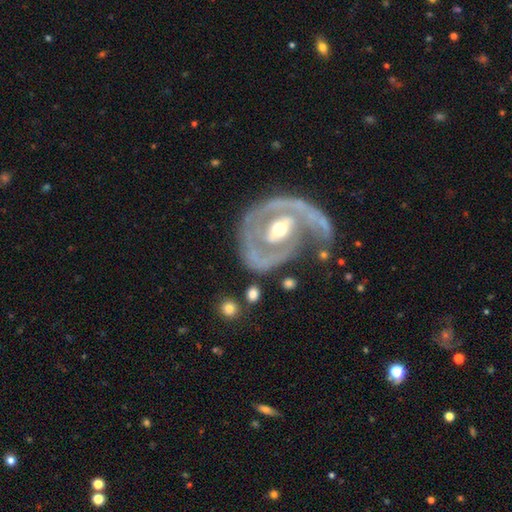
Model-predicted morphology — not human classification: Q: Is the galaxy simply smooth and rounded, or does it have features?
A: featured or disk — 84%.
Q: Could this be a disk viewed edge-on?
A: no — 97%.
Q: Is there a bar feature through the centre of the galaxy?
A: no — 40%.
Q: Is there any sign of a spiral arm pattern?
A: yes — 75%.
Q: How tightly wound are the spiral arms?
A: tight — 54%.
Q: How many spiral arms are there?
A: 1 — 38%.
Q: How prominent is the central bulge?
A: moderate — 71%.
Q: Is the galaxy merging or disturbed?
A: none — 44%.